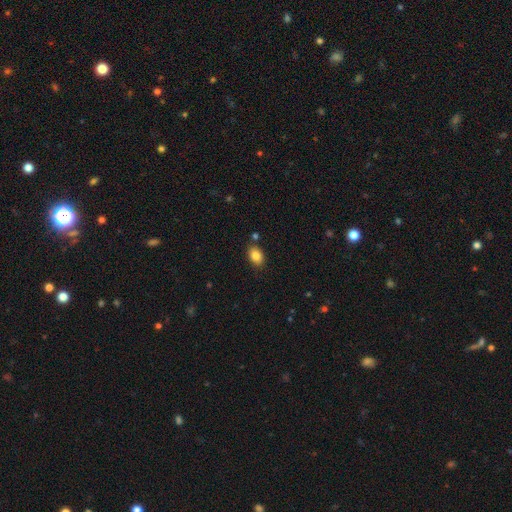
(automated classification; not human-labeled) This appears to be a smooth galaxy with no disk features (85%) that is in between round and cigar-shaped (81%). Merging: none (83%).